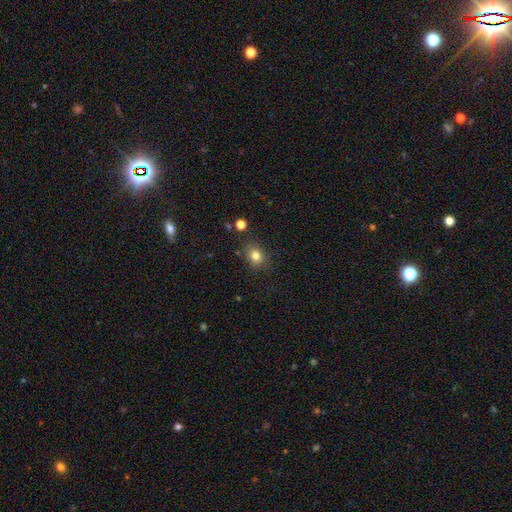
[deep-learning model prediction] Smooth or featured? smooth (80%)
How rounded? round (58%)
Merging? none (82%)